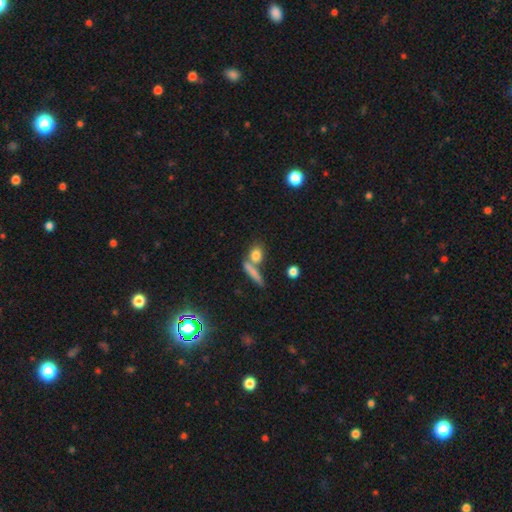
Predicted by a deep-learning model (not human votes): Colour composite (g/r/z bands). It shows a smooth galaxy with no disk features (78%) that is round (48%). Merging: none (58%).